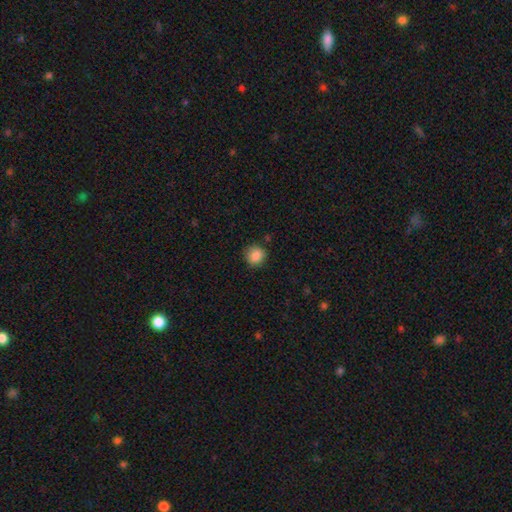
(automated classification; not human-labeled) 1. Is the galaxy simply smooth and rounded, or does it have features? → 86% smooth, 9% star or artifact, 5% featured or disk.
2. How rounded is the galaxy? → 83% round, 16% in between, 1% cigar-shaped.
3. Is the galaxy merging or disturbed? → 84% none, 12% minor disturbance, 3% major disturbance, 2% merger.